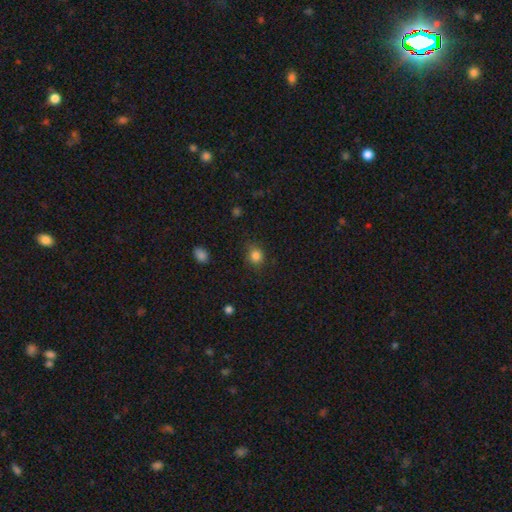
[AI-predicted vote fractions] smooth_or_featured: smooth (p=0.84) [alt: star or artifact p=0.11]
how_rounded: round (p=0.76) [alt: in between p=0.23]
merging: none (p=0.80) [alt: minor disturbance p=0.15]